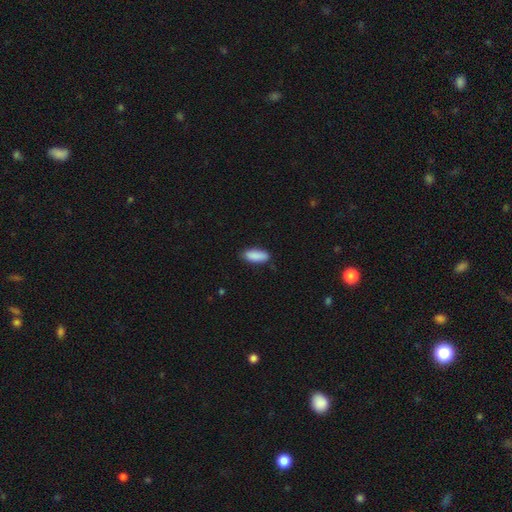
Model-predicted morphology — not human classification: A smooth galaxy with no disk features (90%) that is in between round and cigar-shaped (76%). Merging: none (84%).